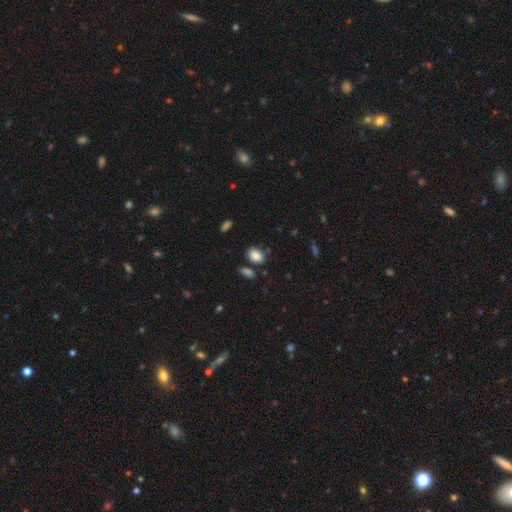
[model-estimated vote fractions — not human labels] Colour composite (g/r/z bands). It shows a smooth galaxy with no disk features (86%) that is in between round and cigar-shaped (80%). Merging: none (75%).